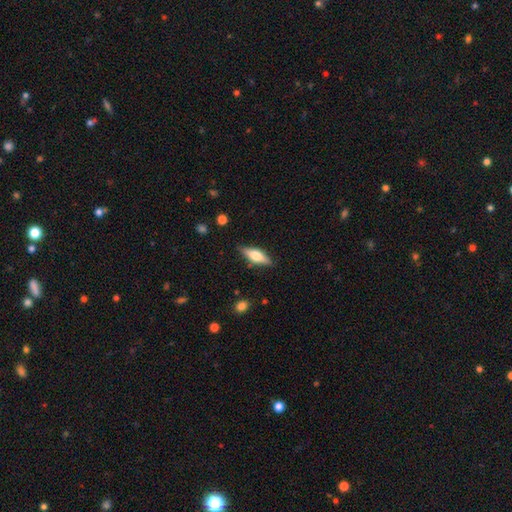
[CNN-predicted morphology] smooth 52%, featured or disk 41%, star or artifact 6%. Down the decision tree: how rounded — in between (56%); merging — none (84%).